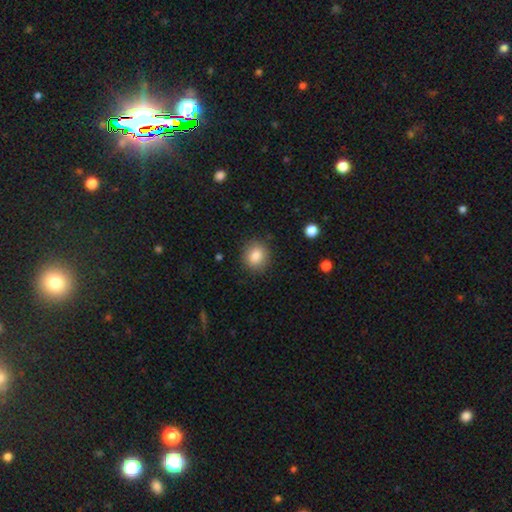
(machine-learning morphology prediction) Smooth or featured? Predicted: smooth (p=0.85). How rounded? Predicted: round (p=0.81). Merging? Predicted: none (p=0.87).